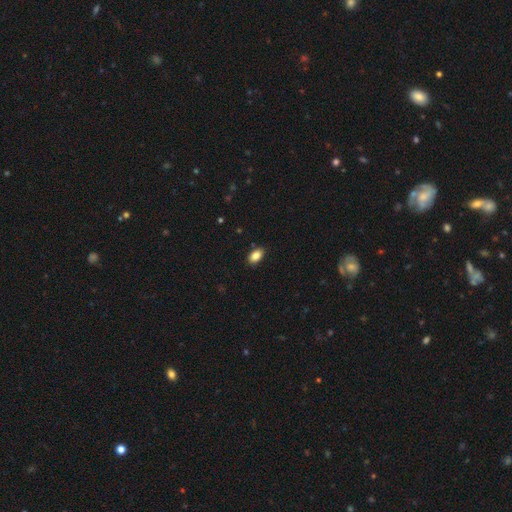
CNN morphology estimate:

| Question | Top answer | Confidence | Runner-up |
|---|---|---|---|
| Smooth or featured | smooth | 87% | star or artifact (8%) |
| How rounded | in between | 90% | round (9%) |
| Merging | none | 87% | minor disturbance (10%) |